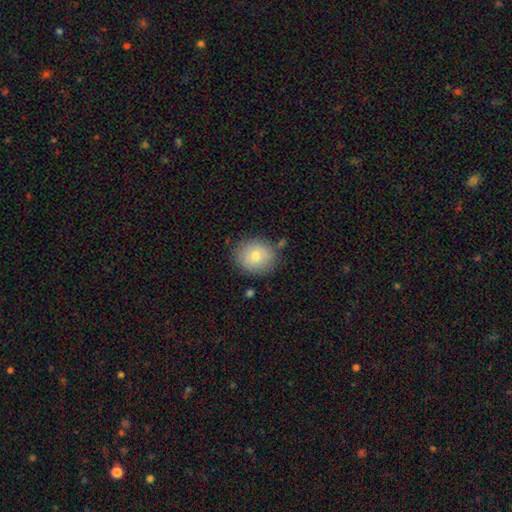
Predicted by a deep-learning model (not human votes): Smooth or featured? smooth (76%)
How rounded? round (73%)
Merging? none (81%)